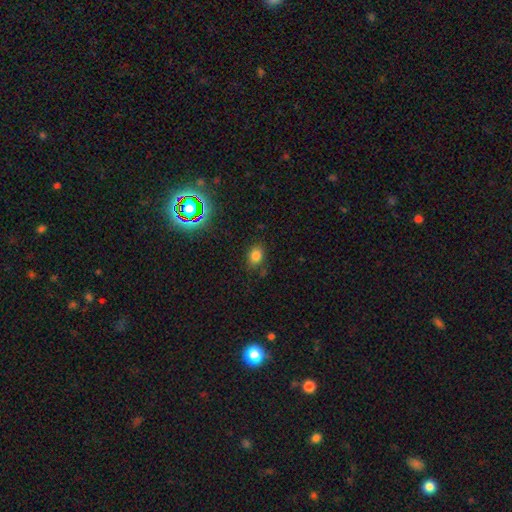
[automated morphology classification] Smooth or featured: smooth — 76% (star or artifact — 17%)
How rounded: in between — 64% (round — 35%)
Merging: none — 78% (minor disturbance — 16%)